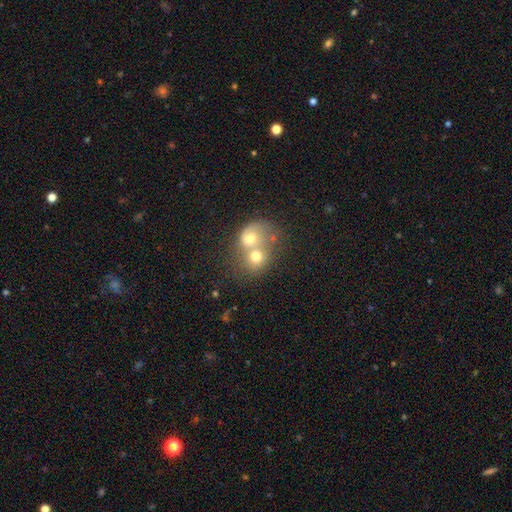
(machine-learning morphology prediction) A smooth galaxy with no disk features (53%) that is round (66%).

Vote fractions:
- Smooth or featured? smooth: 53% / featured or disk: 31% / star or artifact: 16%
- How rounded? round: 66% / in between: 33% / cigar-shaped: 1%
- Merging? merger: 77% / none: 15% / minor disturbance: 4% / major disturbance: 3%